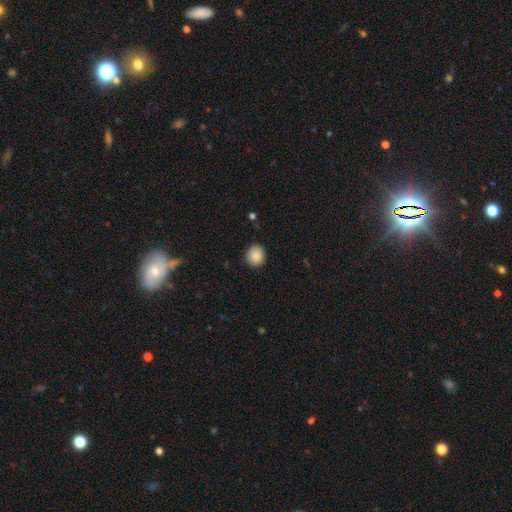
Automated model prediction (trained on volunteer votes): This appears to be a smooth galaxy with no disk features (87%) that is round (84%). Merging: none (88%).